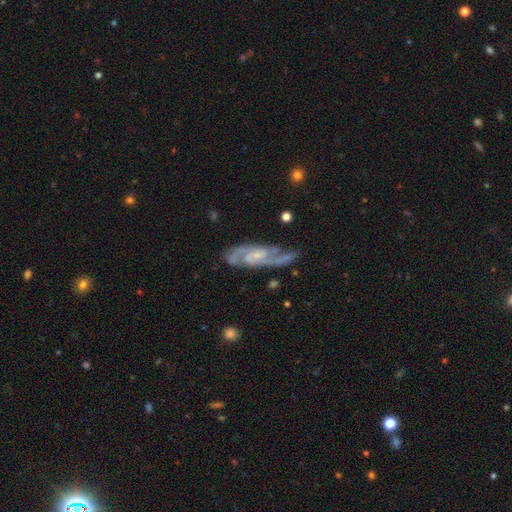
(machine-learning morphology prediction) A featured or disk galaxy (88%) with no bar (43%, tied with weak), 2 (73%) medium (55%) spiral arms (97%) and a small central bulge (63%).

Vote fractions:
- Smooth or featured? featured or disk: 88% / smooth: 7% / star or artifact: 5%
- Edge-on disk? no: 92% / yes: 8%
- Bar? no: 43% (tied) / weak: 43% (tied) / strong: 14%
- Spiral arms? yes: 97% / no: 3%
- Spiral winding? medium: 55% / tight: 28% / loose: 17%
- Spiral arm count? 2: 73% / 3: 11% / can't tell: 8% / 1: 3% / 4: 2% / more than 4: 2%
- Bulge size? small: 63% / moderate: 22% / none: 12% / large: 2% / dominant: 1%
- Merging? none: 71% / minor disturbance: 19% / major disturbance: 8% / merger: 2%